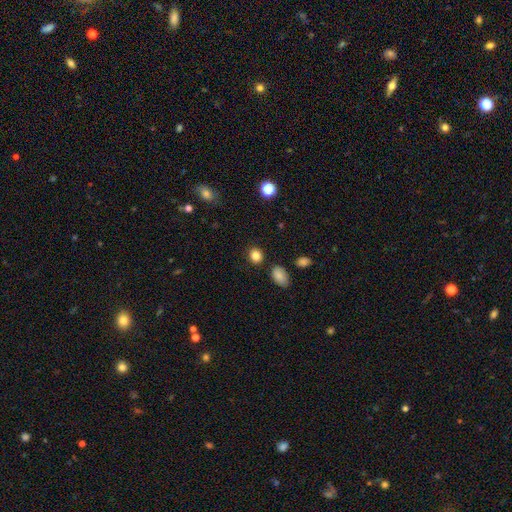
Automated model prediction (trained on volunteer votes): Morphology: type=smooth (85%); roundness=round (71%); merging=none (86%).